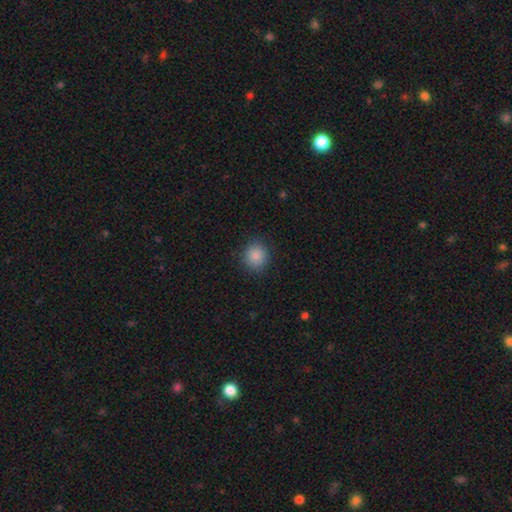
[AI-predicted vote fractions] Smooth or featured?
  - smooth: 87% *
  - star or artifact: 10%
  - featured or disk: 3%
How rounded?
  - round: 86% *
  - in between: 13%
  - cigar-shaped: 1%
Merging?
  - none: 88% *
  - minor disturbance: 8%
  - major disturbance: 3%
  - merger: 1%